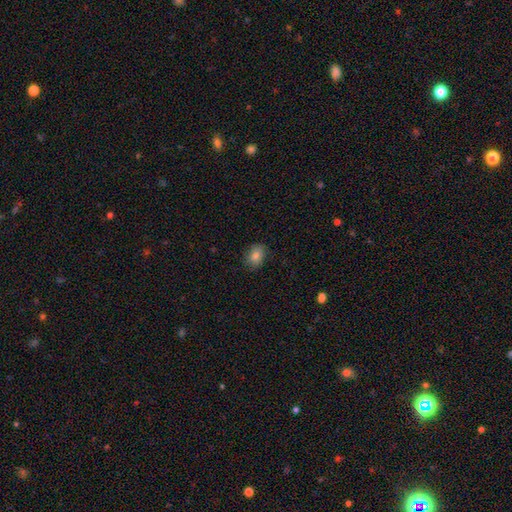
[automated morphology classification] Smooth or featured: smooth — 80% (featured or disk — 11%)
How rounded: in between — 68% (round — 31%)
Merging: none — 80% (minor disturbance — 16%)